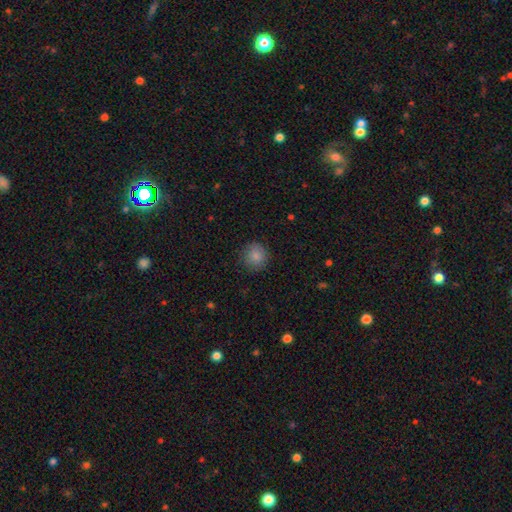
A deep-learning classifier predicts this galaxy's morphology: smooth_or_featured: smooth (p=0.86) [alt: star or artifact p=0.08]
how_rounded: round (p=0.91) [alt: in between p=0.08]
merging: none (p=0.86) [alt: minor disturbance p=0.10]